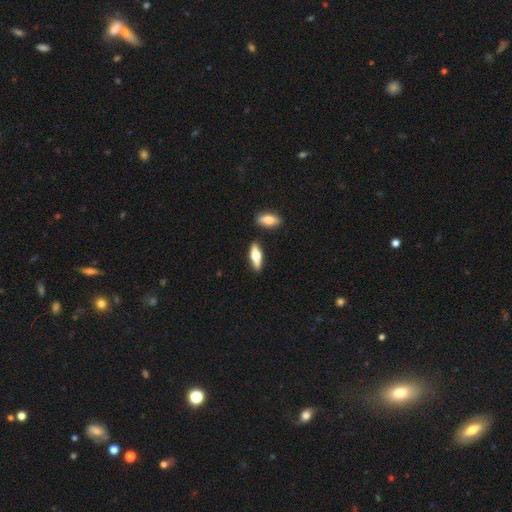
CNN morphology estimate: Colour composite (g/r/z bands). It shows a smooth galaxy with no disk features (48%). Merging: none (82%).